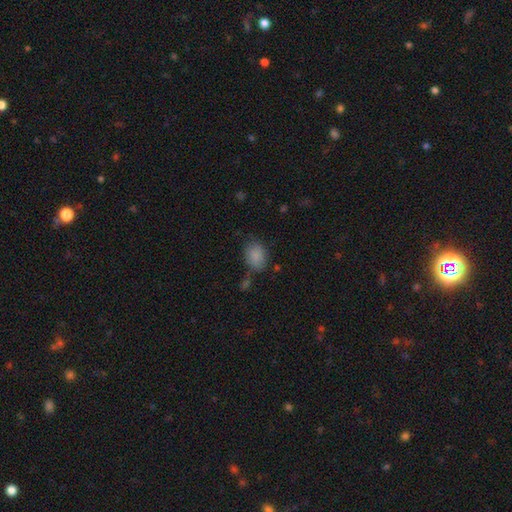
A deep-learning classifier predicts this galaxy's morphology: This appears to be a smooth galaxy with no disk features (86%) that is in between round and cigar-shaped (69%). Merging: none (70%).